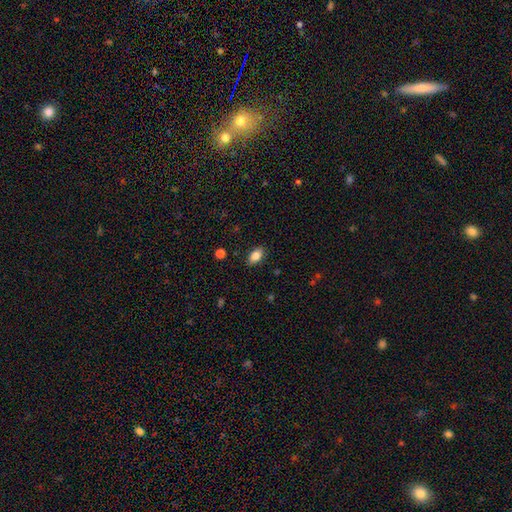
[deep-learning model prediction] Smooth or featured? smooth (83%)
How rounded? in between (89%)
Merging? none (87%)